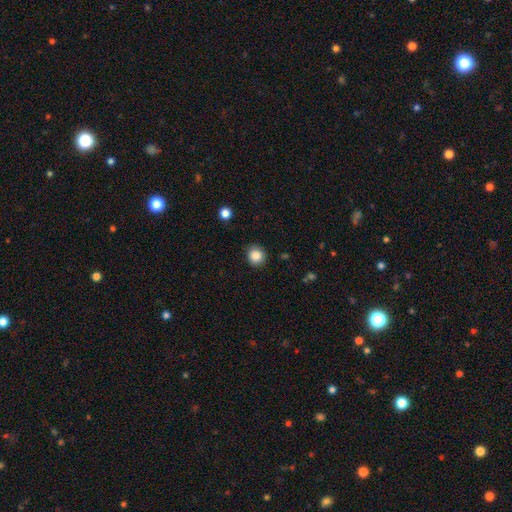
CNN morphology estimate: type=smooth (87%); roundness=round (85%); merging=none (86%).